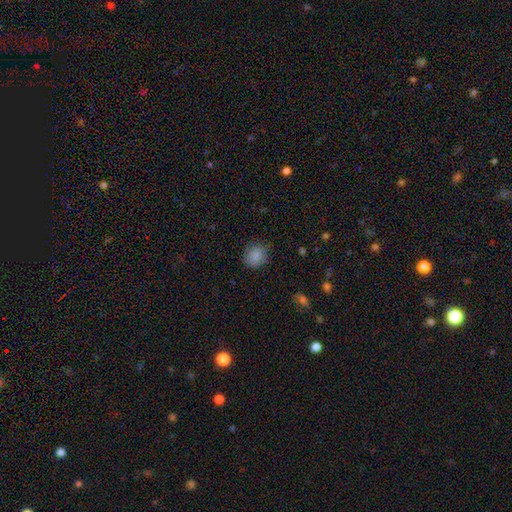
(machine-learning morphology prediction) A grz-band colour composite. It shows a smooth galaxy with no disk features (86%) that is round (74%). Merging: none (80%).